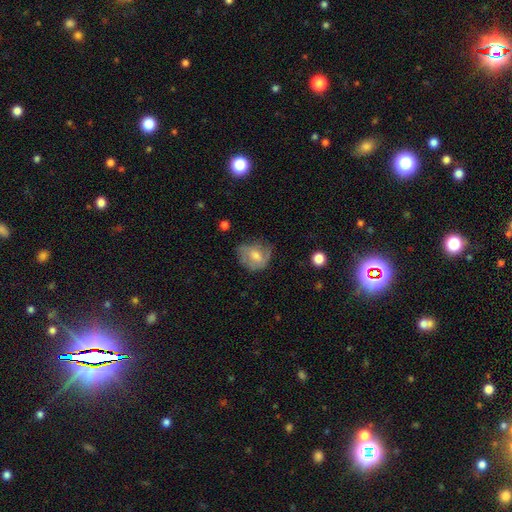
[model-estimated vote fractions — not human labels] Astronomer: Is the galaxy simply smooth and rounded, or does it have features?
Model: smooth — 47% (runner-up: featured or disk, 43%).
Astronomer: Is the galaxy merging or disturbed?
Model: none — 55%.